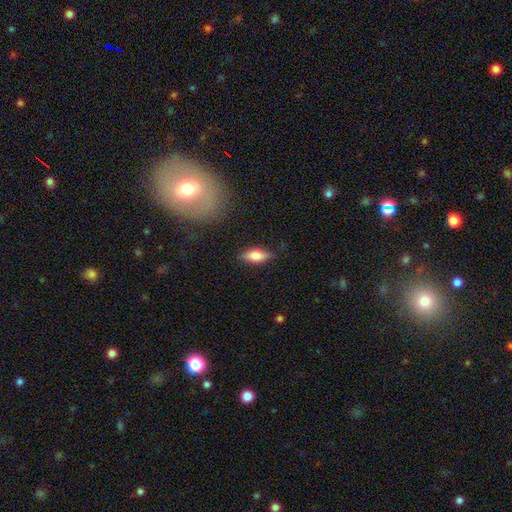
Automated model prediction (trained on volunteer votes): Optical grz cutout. It shows a smooth galaxy with no disk features (72%) that is in between round and cigar-shaped (77%). Merging: none (79%).